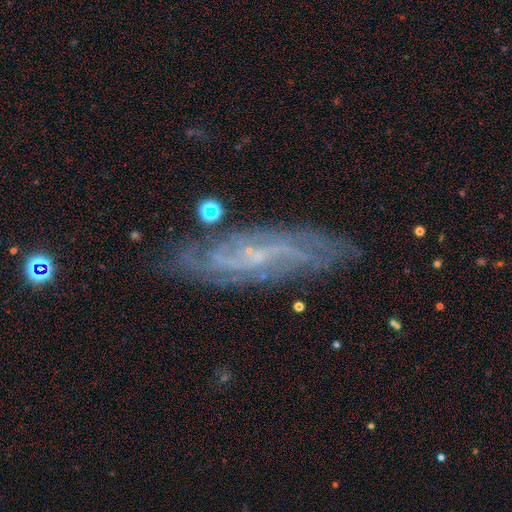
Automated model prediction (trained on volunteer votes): This appears to be a featured or disk galaxy (79%) with a weak bar (45%), 2 (36%) tight (46%) spiral arms (93%) and a small central bulge (70%). Merging: none (78%).